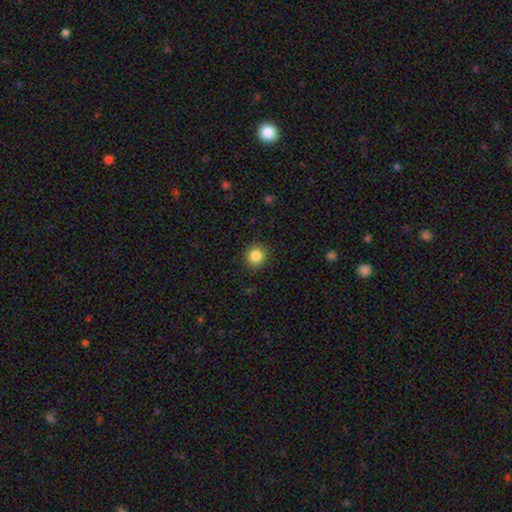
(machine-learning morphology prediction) smooth-or-featured: smooth: 85% | star or artifact: 10% | featured or disk: 5%
  how-rounded: round: 91% | in between: 8% | cigar-shaped: 1%
  merging: none: 90% | minor disturbance: 7% | major disturbance: 2% | merger: 1%